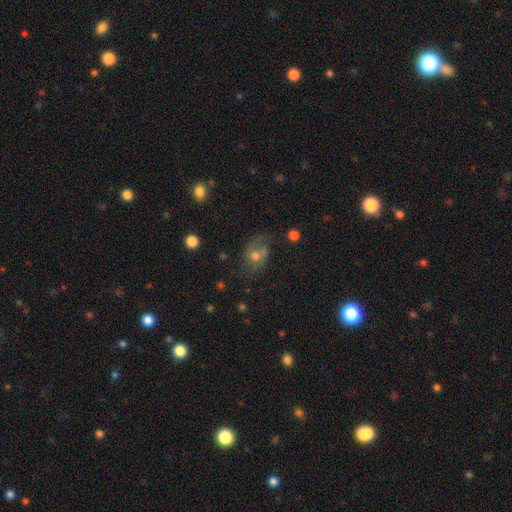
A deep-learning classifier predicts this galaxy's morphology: A smooth galaxy with no disk features (55%) that is in between round and cigar-shaped (59%). Merging: none (48%).